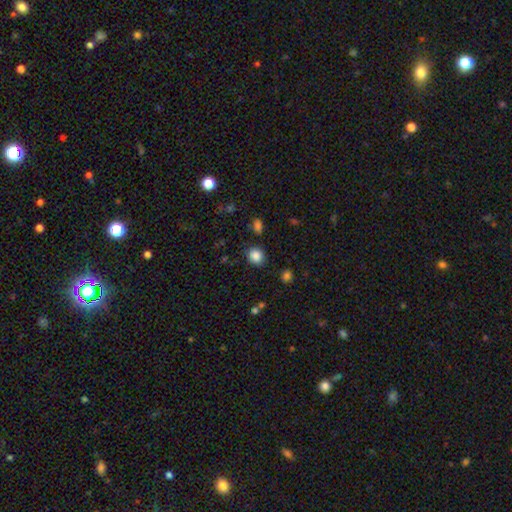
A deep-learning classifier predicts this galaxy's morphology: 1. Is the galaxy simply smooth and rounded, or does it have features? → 86% smooth, 10% star or artifact, 4% featured or disk.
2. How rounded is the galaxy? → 68% round, 31% in between, 1% cigar-shaped.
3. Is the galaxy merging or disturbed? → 86% none, 9% minor disturbance, 3% major disturbance, 2% merger.